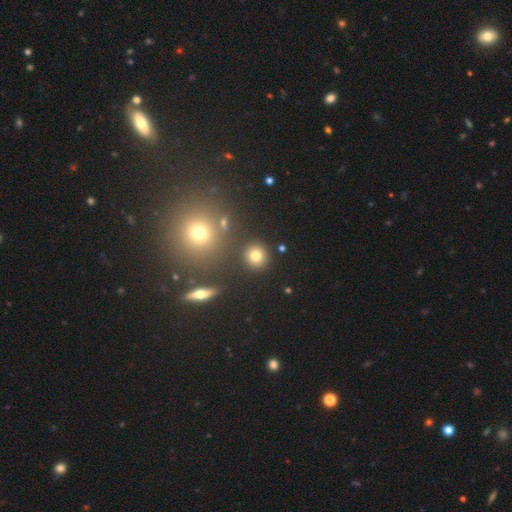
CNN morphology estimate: type=smooth (77%); roundness=round (91%); merging=none (88%).